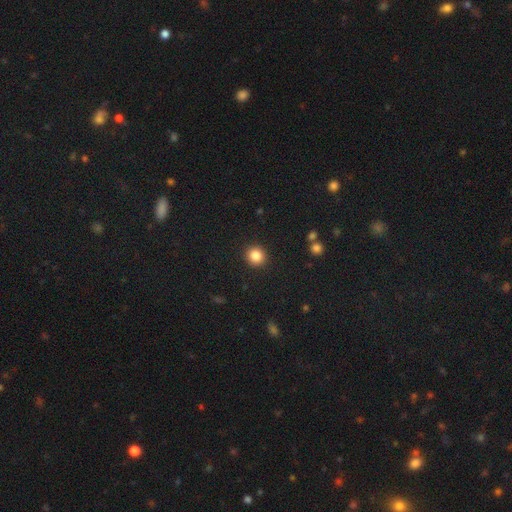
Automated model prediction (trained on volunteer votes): The model was most divided on "smooth or featured": smooth: 85%, star or artifact: 10%, featured or disk: 5%. More confident: merging — none (92%); how rounded — round (91%).